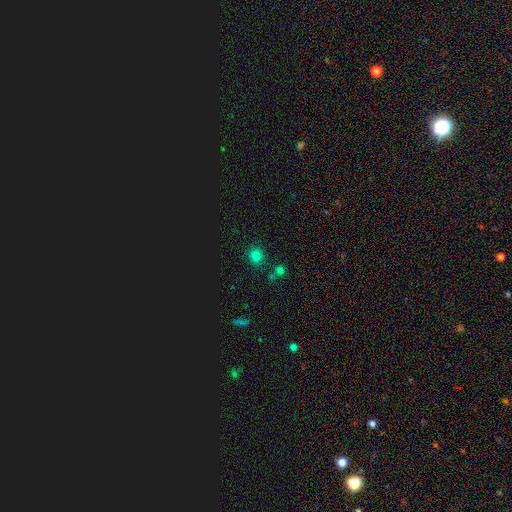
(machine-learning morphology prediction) Overall: smooth (74%). How rounded: round (86%). Merging: none (81%).